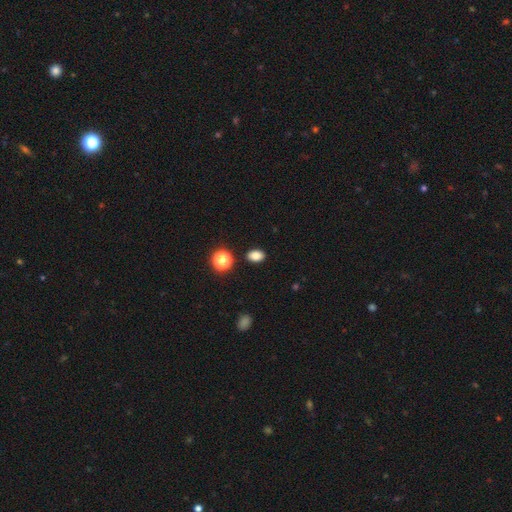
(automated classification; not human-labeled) Smooth or featured?
  - smooth: 83% *
  - star or artifact: 12%
  - featured or disk: 5%
How rounded?
  - in between: 78% *
  - round: 20%
  - cigar-shaped: 1%
Merging?
  - none: 88% *
  - minor disturbance: 8%
  - merger: 2%
  - major disturbance: 2%